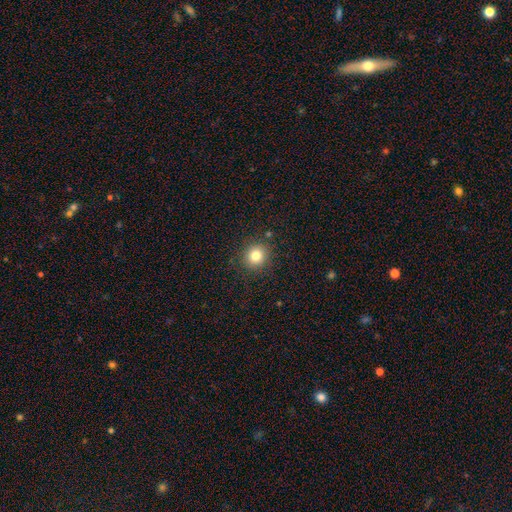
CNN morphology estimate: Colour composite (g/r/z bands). It shows a smooth galaxy with no disk features (81%) that is round (89%). Merging: none (88%).